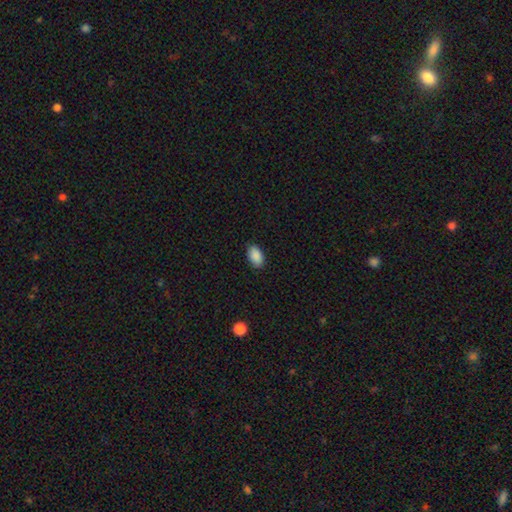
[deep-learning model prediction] smooth_or_featured: smooth (p=0.90) [alt: star or artifact p=0.07]
how_rounded: in between (p=0.93) [alt: round p=0.06]
merging: none (p=0.87) [alt: minor disturbance p=0.10]